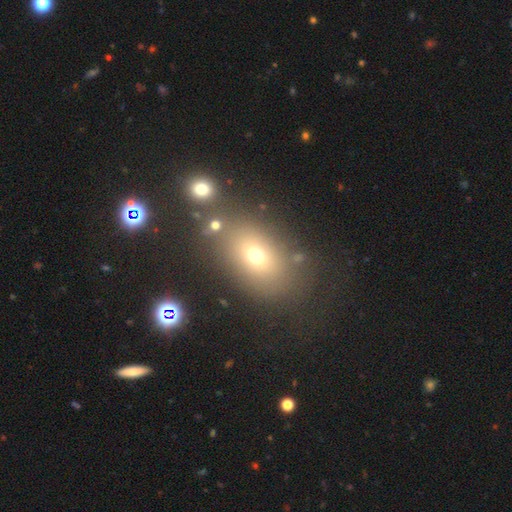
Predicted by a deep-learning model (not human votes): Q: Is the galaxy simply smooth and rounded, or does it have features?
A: smooth — 65%.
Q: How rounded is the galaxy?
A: in between — 72%.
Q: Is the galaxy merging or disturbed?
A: none — 73%.